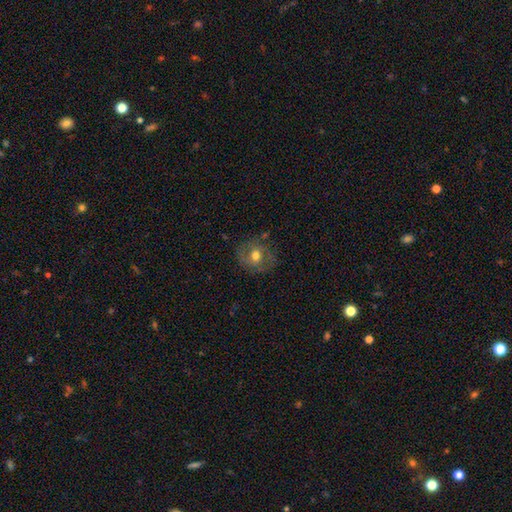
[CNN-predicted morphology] A smooth galaxy with no disk features (57%) that is round (79%). Merging: none (77%).